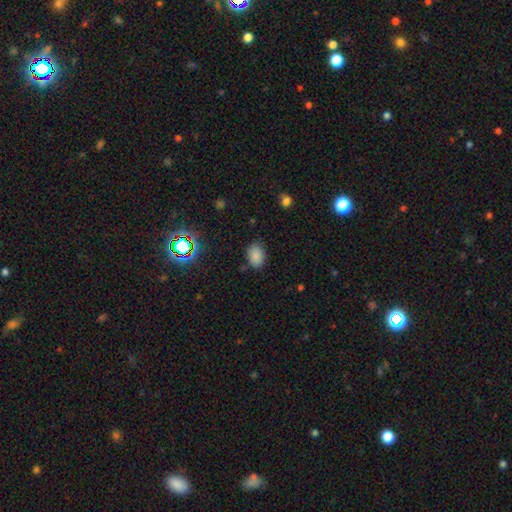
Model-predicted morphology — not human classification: The model was most divided on "how rounded": in between: 81%, round: 18%, cigar-shaped: 1%. More confident: smooth or featured — smooth (82%); merging — none (80%).